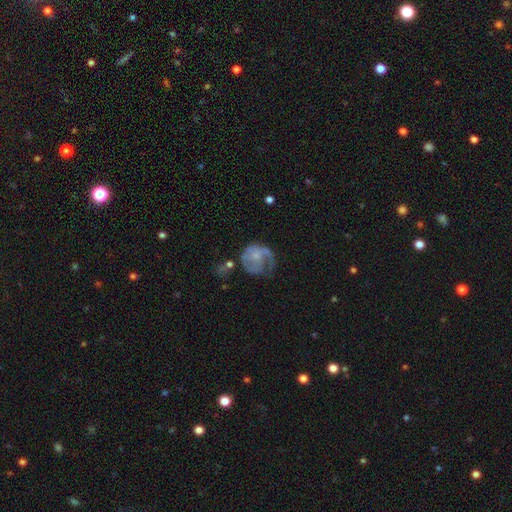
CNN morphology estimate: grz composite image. It shows a featured or disk galaxy (58%) with no bar (76%), spiral arms (70%) and a small central bulge (40%). Merging: major disturbance (37%).